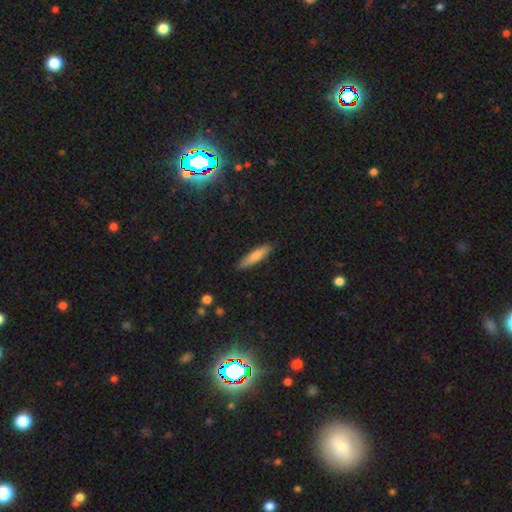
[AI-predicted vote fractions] Smooth or featured? Predicted: smooth (p=0.76). How rounded? Predicted: cigar-shaped (p=0.82). Merging? Predicted: none (p=0.88).